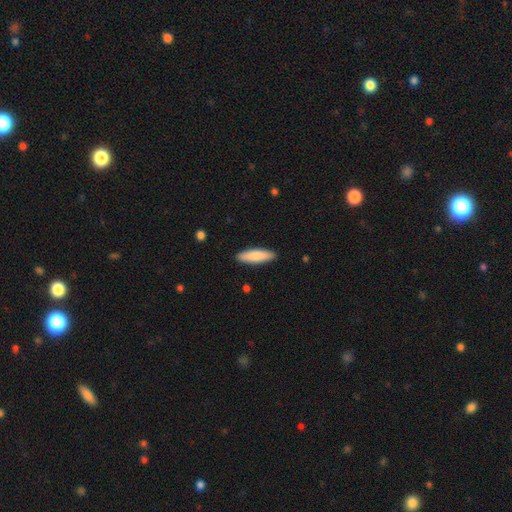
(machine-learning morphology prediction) Smooth or featured? smooth (82%)
How rounded? cigar-shaped (64%)
Merging? none (91%)